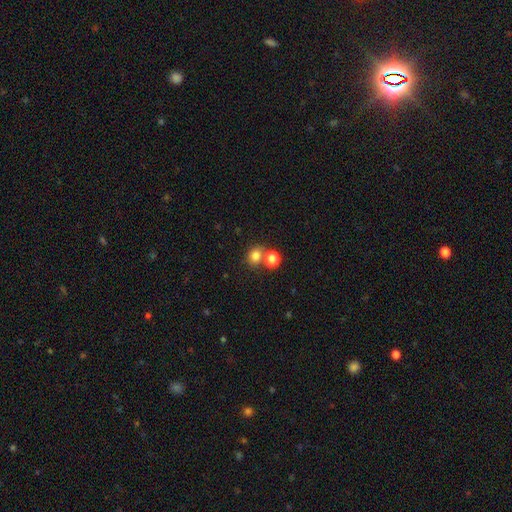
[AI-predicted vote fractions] Smooth or featured? smooth (79%)
How rounded? round (73%)
Merging? none (59%)